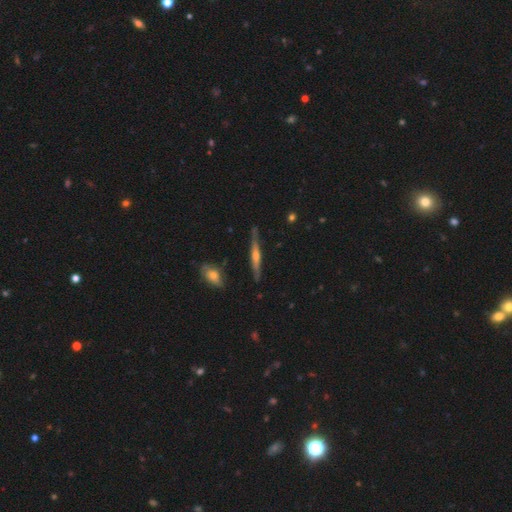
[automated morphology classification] Smooth or featured?
  - featured or disk: 70% *
  - smooth: 24%
  - star or artifact: 6%
Edge-on disk?
  - yes: 96% *
  - no: 4%
Edge-on bulge?
  - rounded: 74% *
  - none: 13%
  - boxy: 13%
Merging?
  - none: 82% *
  - minor disturbance: 14%
  - major disturbance: 3%
  - merger: 2%